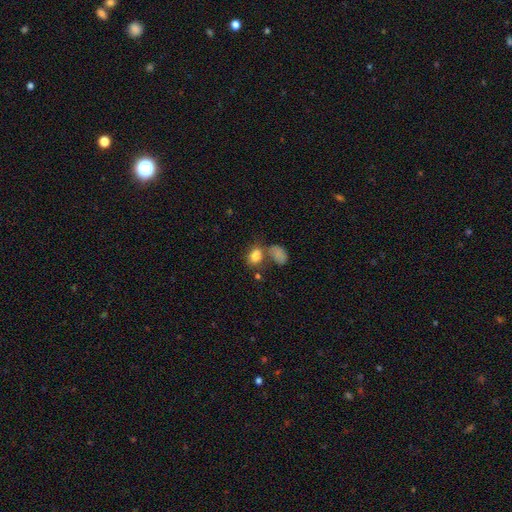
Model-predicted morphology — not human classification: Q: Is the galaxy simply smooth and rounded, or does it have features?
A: smooth — 81%.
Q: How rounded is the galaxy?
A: in between — 81%.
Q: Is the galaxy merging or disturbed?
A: merger — 41%.